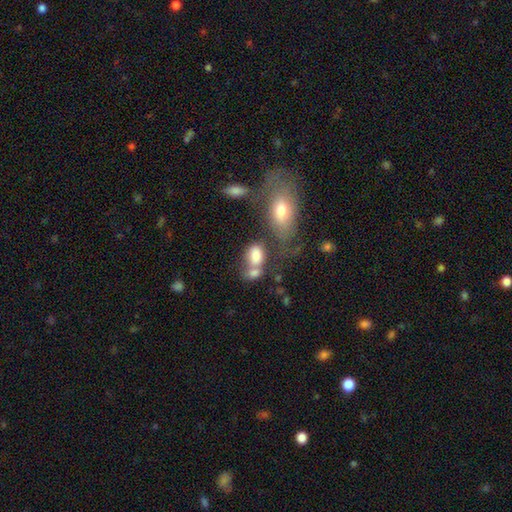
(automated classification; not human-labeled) This is likely a smooth galaxy (79%). How rounded: clearly in between (82%). Merging: possibly merger (50%).